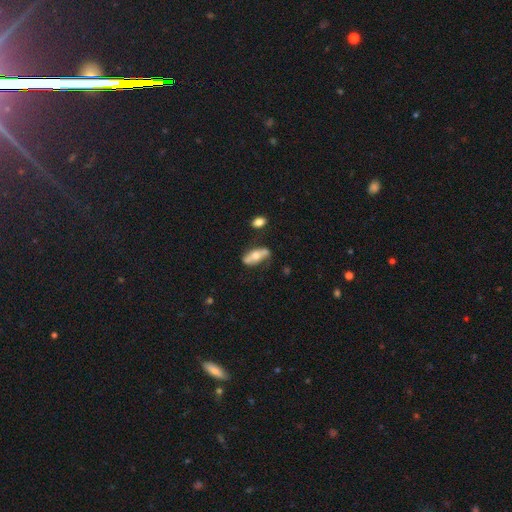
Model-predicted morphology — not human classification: Q: Smooth or featured?
A: featured or disk (48%); runner-up: smooth (45%)
Q: Merging?
A: none (66%); runner-up: minor disturbance (21%)